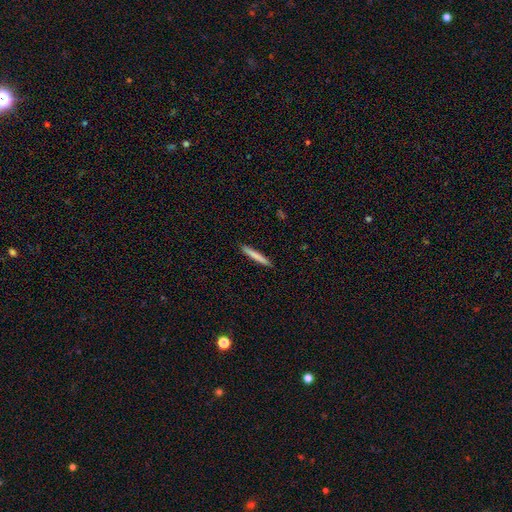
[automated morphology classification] Smooth or featured? smooth (78%)
How rounded? cigar-shaped (96%)
Merging? none (91%)